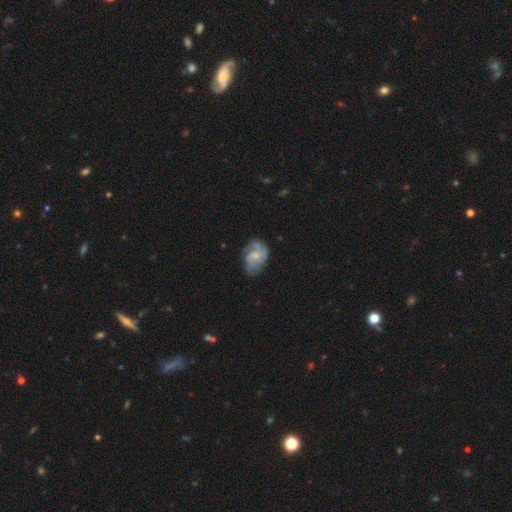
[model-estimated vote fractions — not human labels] Morphology: type=featured or disk (63%); edge-on=no (97%); bar=no (54%); spiral arms=yes (86%); winding=medium (45%); arm count=2 (40%); bulge=small (50%); merging=none (57%).